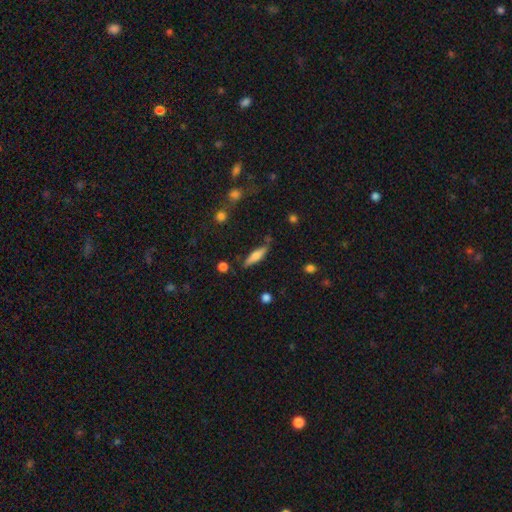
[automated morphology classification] The model was most divided on "smooth or featured": smooth: 63%, featured or disk: 30%, star or artifact: 6%. More confident: merging — none (79%); how rounded — cigar-shaped (67%).